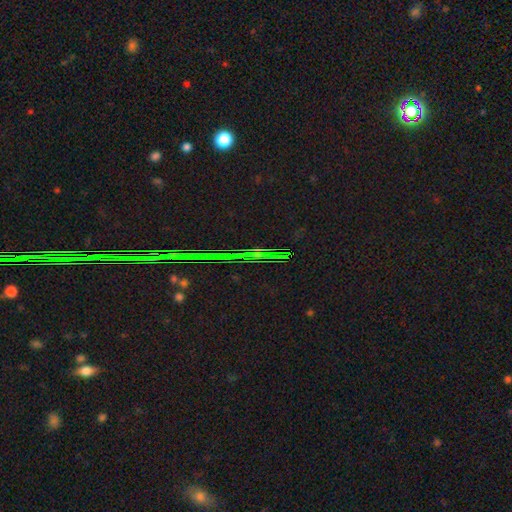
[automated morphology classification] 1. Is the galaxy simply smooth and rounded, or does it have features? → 83% star or artifact, 9% smooth, 8% featured or disk.